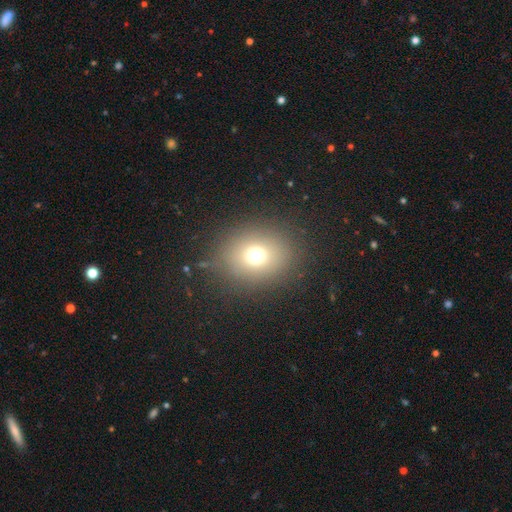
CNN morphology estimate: smooth-or-featured: smooth: 68% | star or artifact: 21% | featured or disk: 11%
  how-rounded: round: 75% | in between: 24% | cigar-shaped: 1%
  merging: none: 85% | minor disturbance: 8% | major disturbance: 5% | merger: 2%